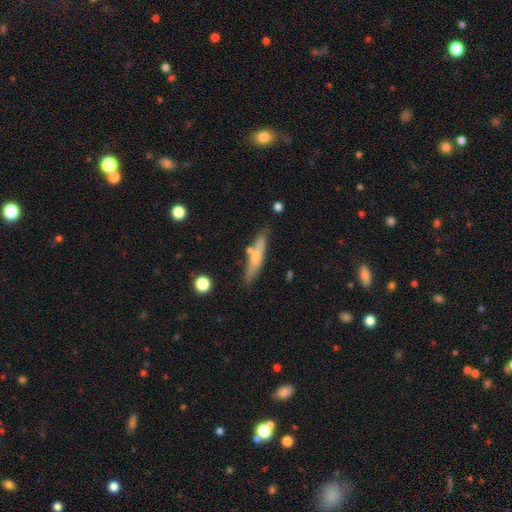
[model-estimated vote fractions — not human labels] smooth-or-featured: smooth: 57% | featured or disk: 37% | star or artifact: 6%
  how-rounded: cigar-shaped: 84% | in between: 14% | round: 2%
  merging: none: 76% | minor disturbance: 14% | merger: 8% | major disturbance: 3%